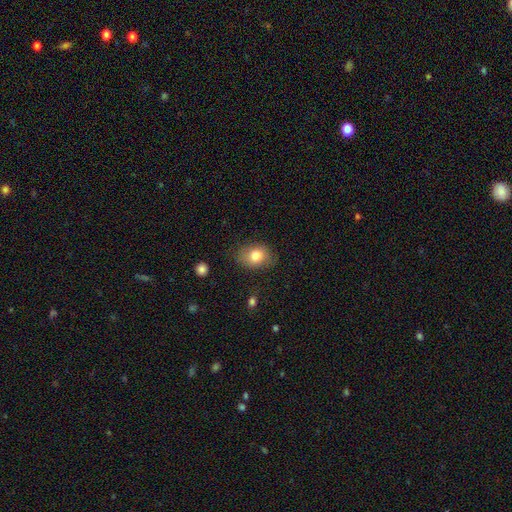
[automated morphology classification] smooth_or_featured: smooth (p=0.81) [alt: featured or disk p=0.10]
how_rounded: in between (p=0.63) [alt: round p=0.36]
merging: none (p=0.77) [alt: minor disturbance p=0.16]